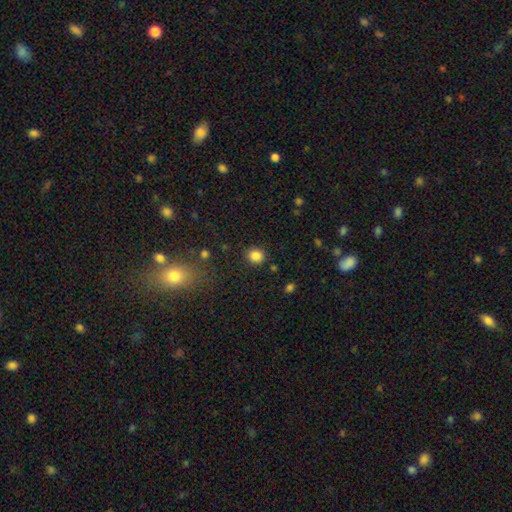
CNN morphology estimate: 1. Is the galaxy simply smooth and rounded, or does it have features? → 85% smooth, 11% star or artifact, 4% featured or disk.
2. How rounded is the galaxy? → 79% round, 20% in between, 1% cigar-shaped.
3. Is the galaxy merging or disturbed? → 87% none, 8% minor disturbance, 3% major disturbance, 2% merger.